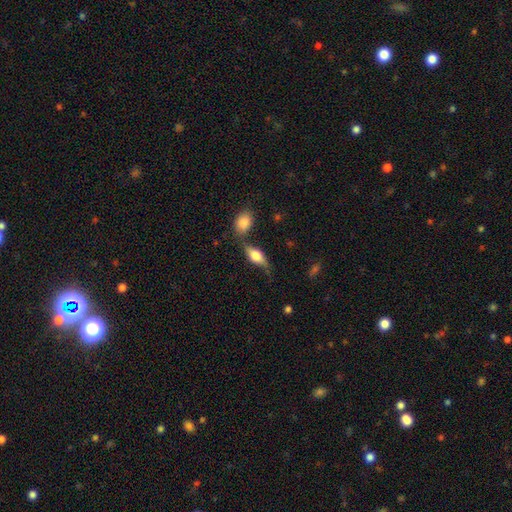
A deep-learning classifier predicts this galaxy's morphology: Smooth or featured?
  - smooth: 47% *
  - featured or disk: 46%
  - star or artifact: 7%
Merging?
  - none: 59% *
  - minor disturbance: 21%
  - merger: 13%
  - major disturbance: 7%